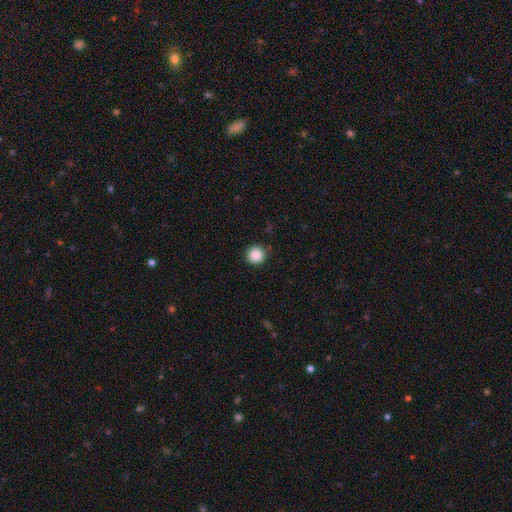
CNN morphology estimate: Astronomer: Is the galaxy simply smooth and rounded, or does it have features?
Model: smooth — 88%.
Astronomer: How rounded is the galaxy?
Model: round — 94%.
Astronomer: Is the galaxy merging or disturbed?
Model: none — 90%.